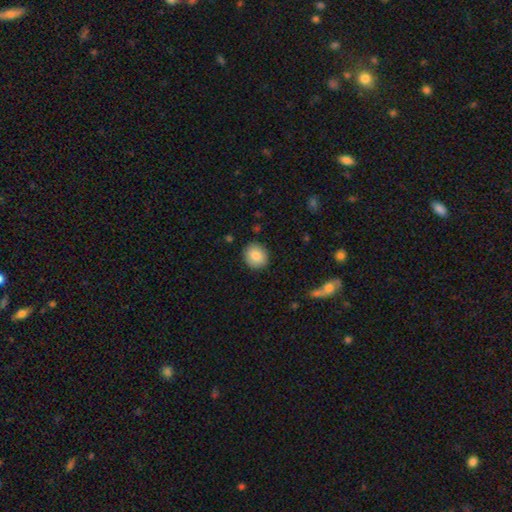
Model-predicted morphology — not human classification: smooth-or-featured: smooth: 86% | star or artifact: 8% | featured or disk: 6%
  how-rounded: round: 83% | in between: 16% | cigar-shaped: 1%
  merging: none: 89% | minor disturbance: 7% | major disturbance: 2% | merger: 1%